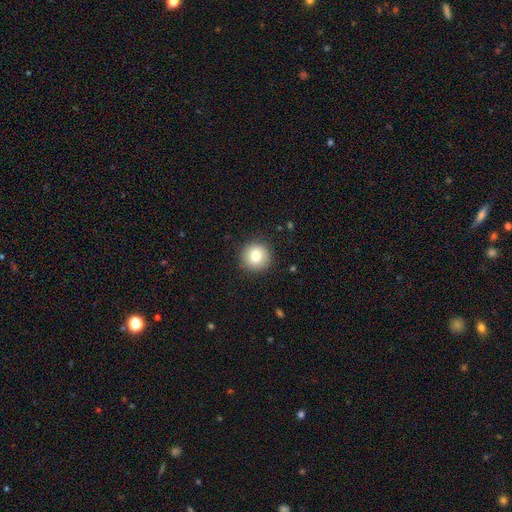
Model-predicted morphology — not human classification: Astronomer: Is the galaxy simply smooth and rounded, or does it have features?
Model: smooth — 80%.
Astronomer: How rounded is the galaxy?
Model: round — 94%.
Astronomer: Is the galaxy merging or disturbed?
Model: none — 90%.